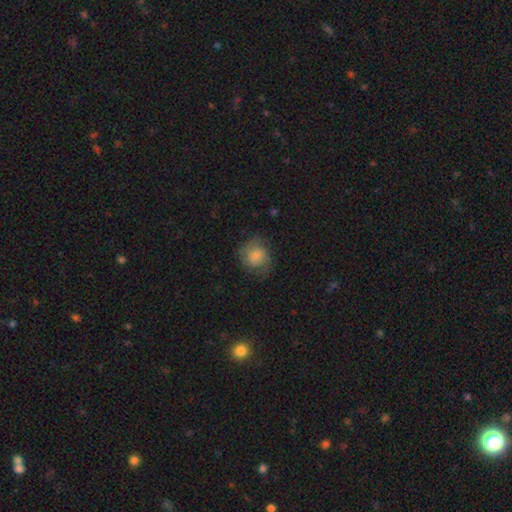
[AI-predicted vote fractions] Smooth or featured? smooth (66%)
How rounded? round (73%)
Merging? none (59%)